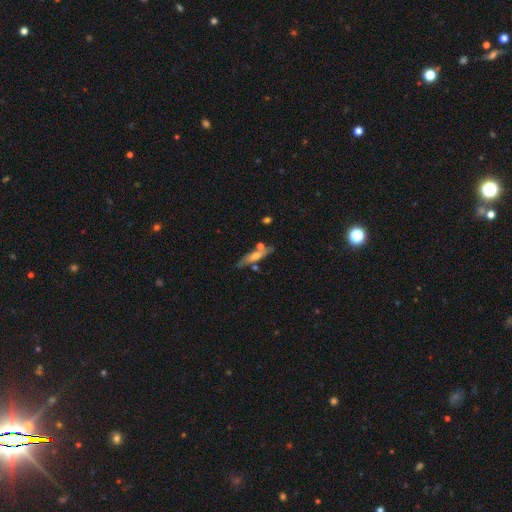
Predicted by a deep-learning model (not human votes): Morphology: type=smooth (47%); merging=none (68%).